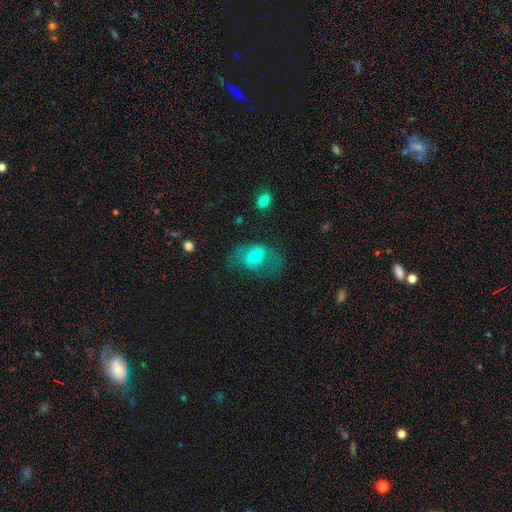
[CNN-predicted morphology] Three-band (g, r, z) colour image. It shows a featured or disk galaxy (47%). Merging: none (40%).